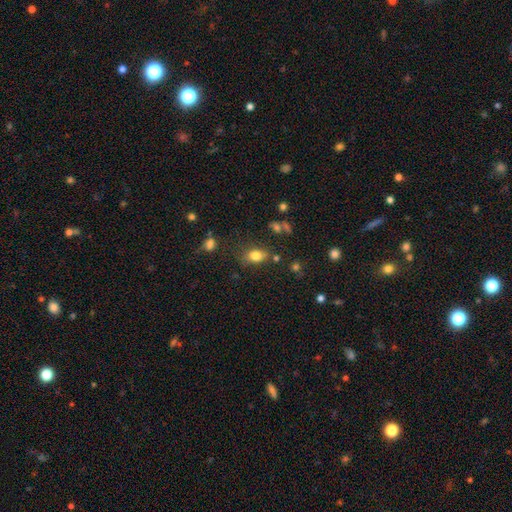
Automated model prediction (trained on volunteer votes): A smooth galaxy with no disk features (80%) that is in between round and cigar-shaped (80%). Merging: none (67%).